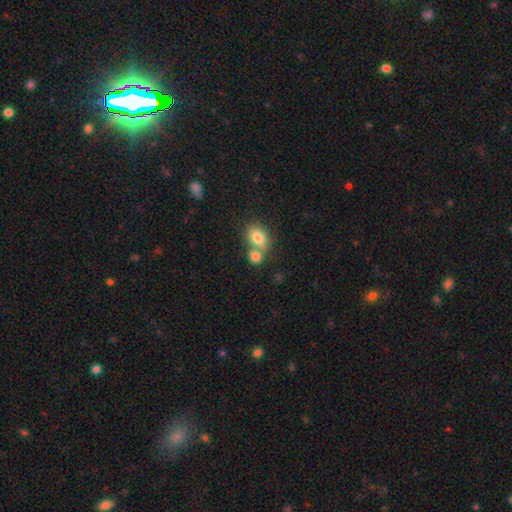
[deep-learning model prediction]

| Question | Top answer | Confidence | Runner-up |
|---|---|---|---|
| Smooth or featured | smooth | 80% | featured or disk (10%) |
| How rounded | round | 51% | in between (48%) |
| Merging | merger | 53% | none (35%) |